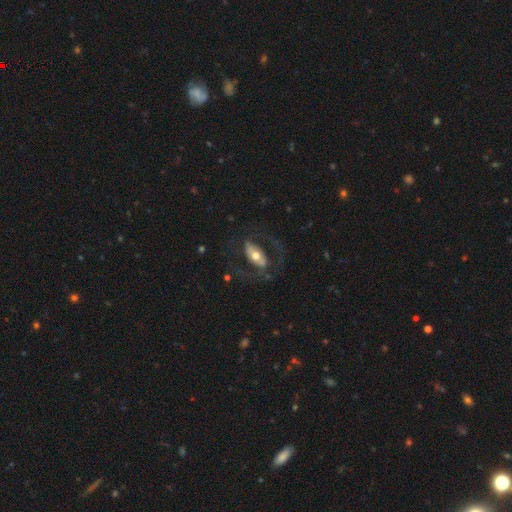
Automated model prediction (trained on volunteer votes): A featured or disk galaxy (63%) with a strong bar (39%), spiral arms (67%) and a moderate central bulge (67%). Merging: none (63%).